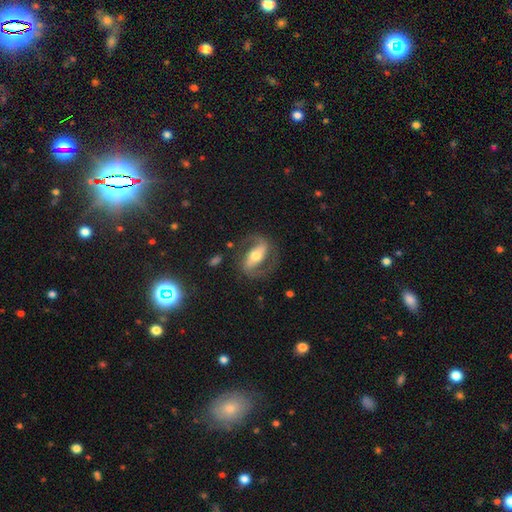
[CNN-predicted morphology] Smooth or featured?
  - featured or disk: 82% *
  - smooth: 13%
  - star or artifact: 5%
Edge-on disk?
  - no: 93% *
  - yes: 7%
Bar?
  - strong: 60% *
  - weak: 23%
  - no: 17%
Spiral arms?
  - yes: 91% *
  - no: 9%
Spiral winding?
  - medium: 52% *
  - loose: 27%
  - tight: 21%
Spiral arm count?
  - 2: 91% *
  - can't tell: 4%
  - 1: 3%
  - 3: 1%
  - 4: 1%
  - more than 4: 1%
Bulge size?
  - moderate: 66% *
  - small: 20%
  - large: 11%
  - dominant: 1%
  - none: 1%
Merging?
  - none: 77% *
  - minor disturbance: 13%
  - major disturbance: 9%
  - merger: 2%